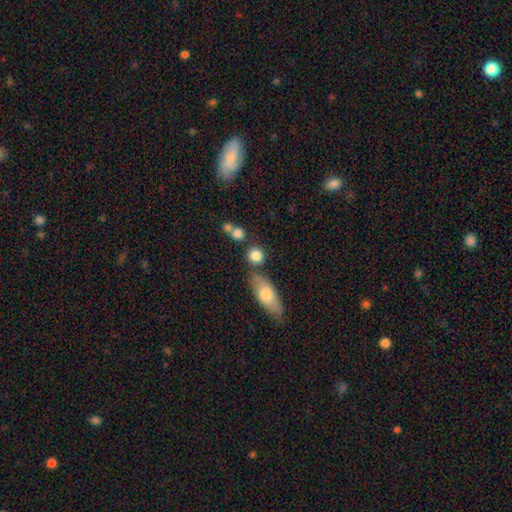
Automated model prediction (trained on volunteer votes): Smooth or featured? Predicted: smooth (p=0.84). How rounded? Predicted: round (p=0.83). Merging? Predicted: none (p=0.68).